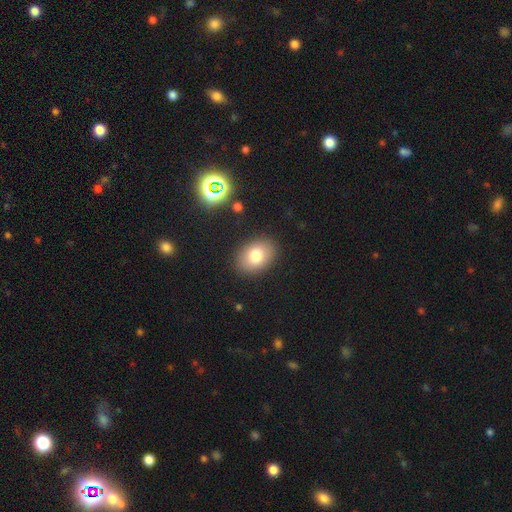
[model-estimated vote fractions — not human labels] Smooth or featured? Predicted: smooth (p=0.78). How rounded? Predicted: in between (p=0.76). Merging? Predicted: none (p=0.88).